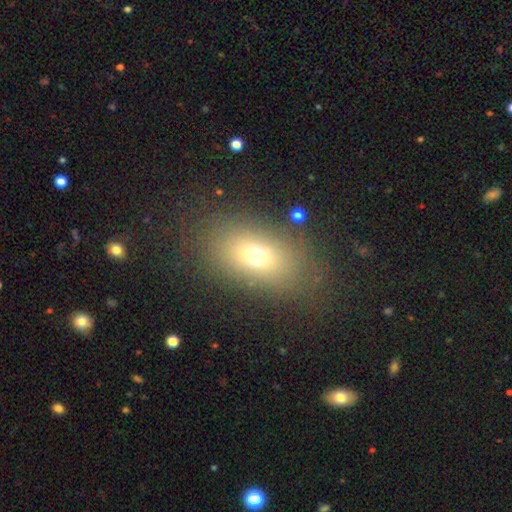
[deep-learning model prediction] Smooth or featured? Predicted: smooth (p=0.67). How rounded? Predicted: in between (p=0.76). Merging? Predicted: none (p=0.78).